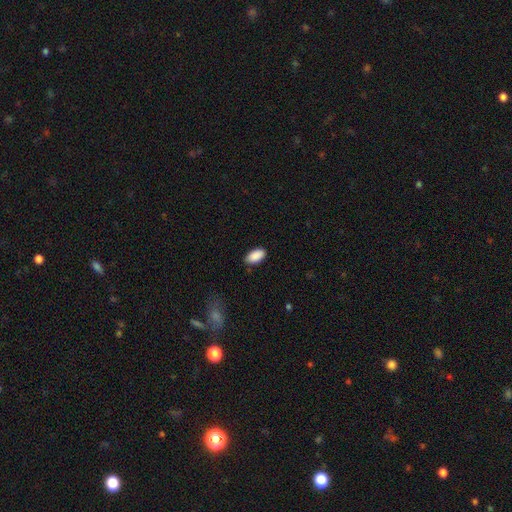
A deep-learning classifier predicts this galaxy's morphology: Smooth or featured: smooth — 90% (star or artifact — 7%)
How rounded: in between — 94% (round — 3%)
Merging: none — 83% (minor disturbance — 13%)